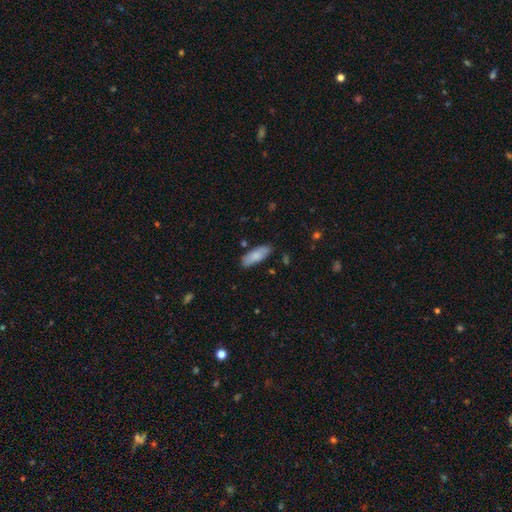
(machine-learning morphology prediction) A smooth galaxy with no disk features (82%) that is in between round and cigar-shaped (70%).

Vote fractions:
- Smooth or featured? smooth: 82% / featured or disk: 13% / star or artifact: 6%
- How rounded? in between: 70% / cigar-shaped: 28% / round: 2%
- Merging? none: 83% / minor disturbance: 13% / major disturbance: 2% / merger: 2%